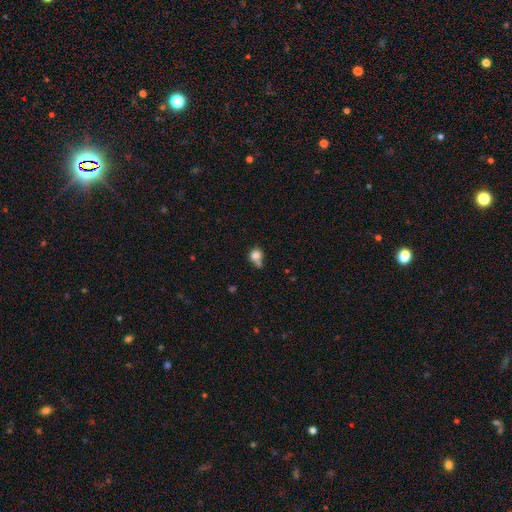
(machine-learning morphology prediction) smooth 79%, star or artifact 11%, featured or disk 10%. Down the decision tree: how rounded — round (73%); merging — none (39%).